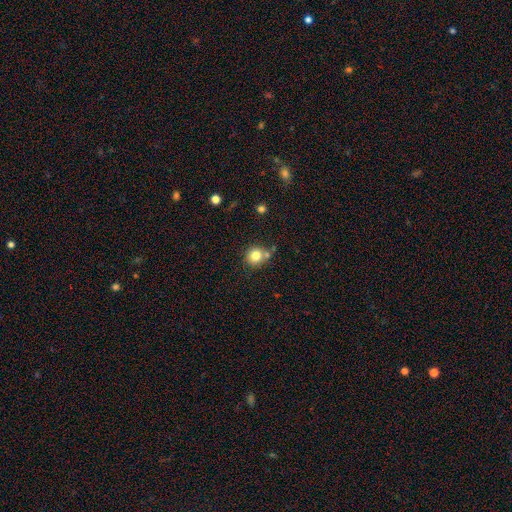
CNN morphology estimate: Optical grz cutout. It shows a smooth galaxy with no disk features (80%) that is round (88%). Merging: none (66%).